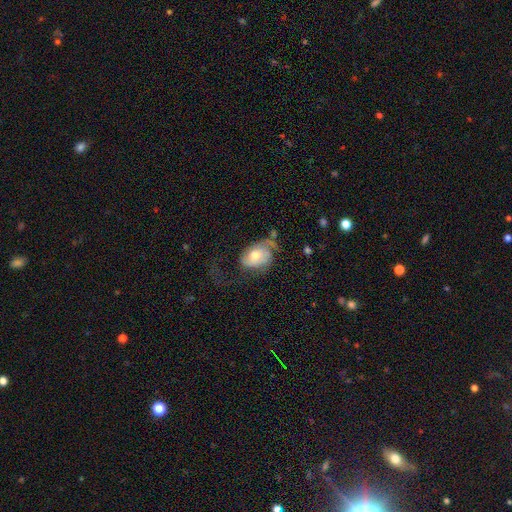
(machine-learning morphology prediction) Smooth or featured: smooth — 49% (featured or disk — 44%)
Merging: major disturbance — 34% (tied with none — 34%)